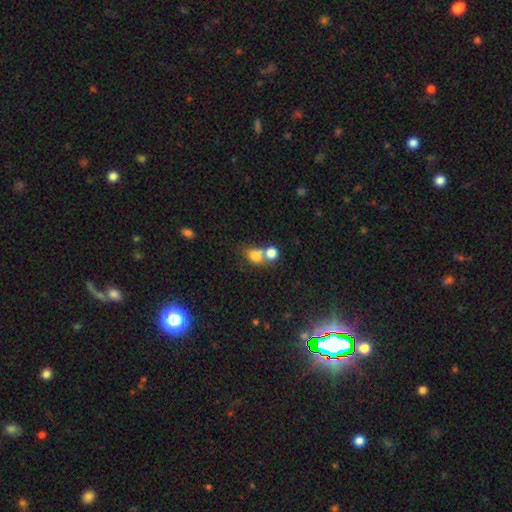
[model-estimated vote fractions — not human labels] Smooth or featured? smooth (76%)
How rounded? round (61%)
Merging? merger (52%)